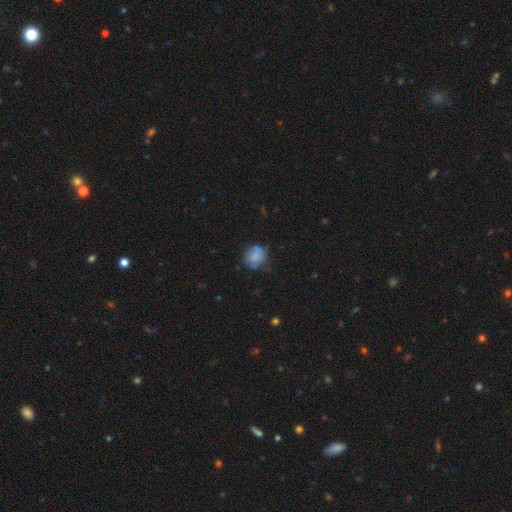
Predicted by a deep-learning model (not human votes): Smooth or featured?
  - smooth: 67% *
  - featured or disk: 22%
  - star or artifact: 10%
How rounded?
  - round: 70% *
  - in between: 29%
  - cigar-shaped: 1%
Merging?
  - none: 55% *
  - minor disturbance: 27%
  - major disturbance: 12%
  - merger: 7%